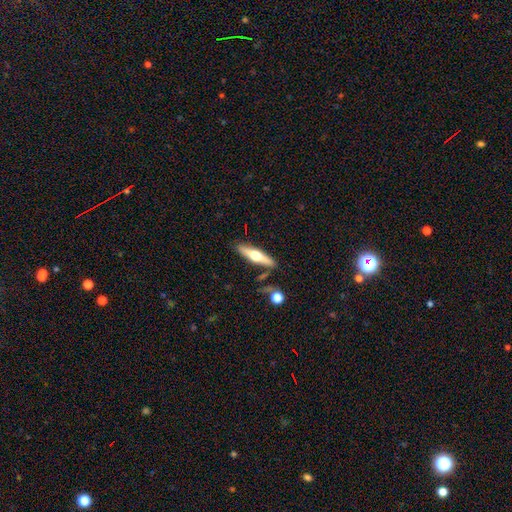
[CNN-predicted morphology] Smooth or featured? Predicted: featured or disk (p=0.54). Edge-on disk? Predicted: yes (p=0.92). Merging? Predicted: none (p=0.80).